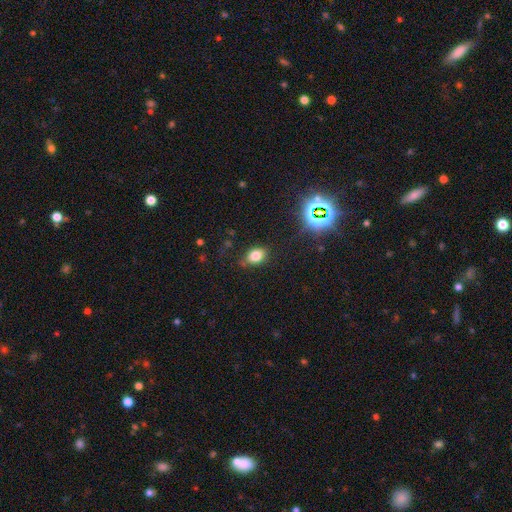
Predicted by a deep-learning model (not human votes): Smooth or featured: smooth — 77% (star or artifact — 15%)
How rounded: in between — 75% (round — 23%)
Merging: none — 74% (minor disturbance — 19%)